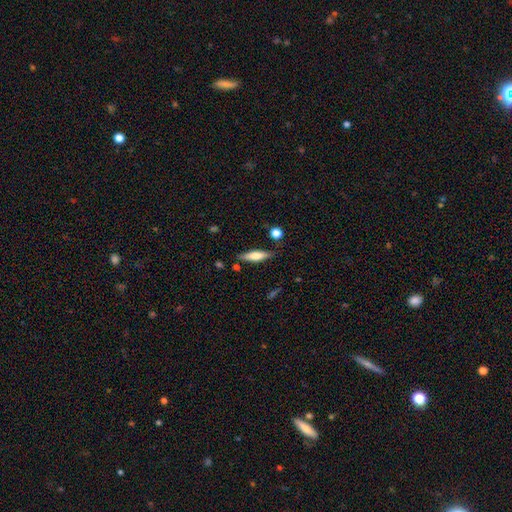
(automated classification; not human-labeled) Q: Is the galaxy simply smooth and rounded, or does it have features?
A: smooth — 59%.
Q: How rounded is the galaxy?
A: cigar-shaped — 63%.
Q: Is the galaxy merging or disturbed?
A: none — 79%.